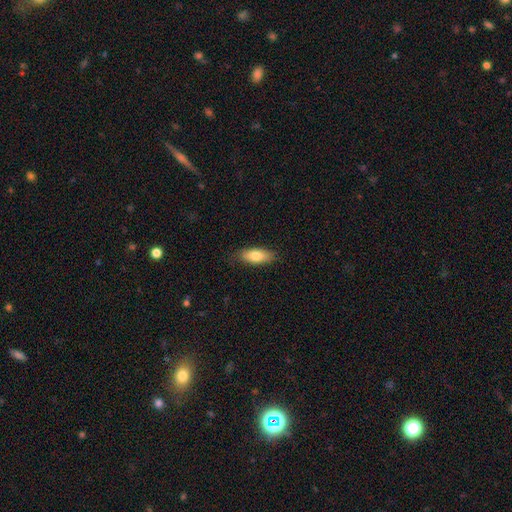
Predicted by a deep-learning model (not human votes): smooth_or_featured: smooth (p=0.79) [alt: featured or disk p=0.15]
how_rounded: in between (p=0.76) [alt: cigar-shaped p=0.21]
merging: none (p=0.82) [alt: minor disturbance p=0.14]